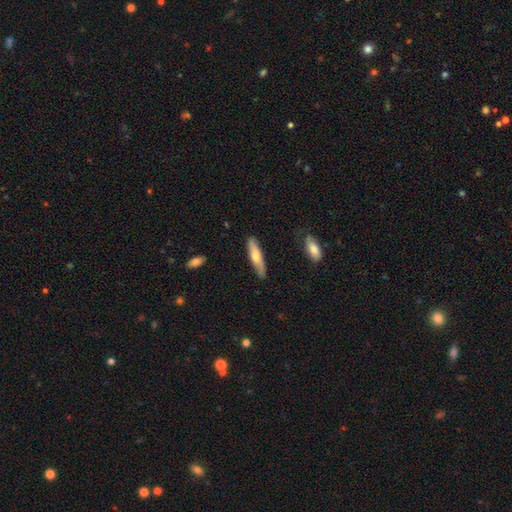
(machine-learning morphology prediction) The model was most divided on "smooth or featured": smooth: 61%, featured or disk: 34%, star or artifact: 5%. More confident: merging — none (79%); how rounded — cigar-shaped (78%).